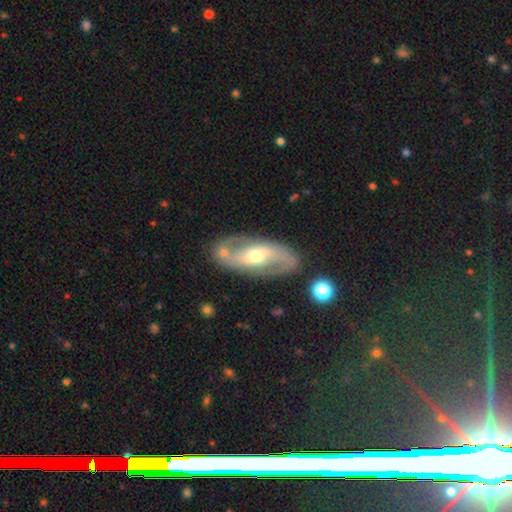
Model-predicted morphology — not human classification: A featured or disk galaxy (80%) with a weak bar (38%), 2 (88%) medium (46%) spiral arms (83%) and a moderate central bulge (63%).

Vote fractions:
- Smooth or featured? featured or disk: 80% / smooth: 15% / star or artifact: 5%
- Edge-on disk? no: 92% / yes: 8%
- Bar? weak: 38% / no: 37% / strong: 25%
- Spiral arms? yes: 83% / no: 17%
- Spiral winding? medium: 46% / loose: 37% / tight: 17%
- Spiral arm count? 2: 88% / can't tell: 6% / 1: 2% / 3: 1% / 4: 1% / more than 4: 1%
- Bulge size? moderate: 63% / small: 29% / large: 6% / none: 1% / dominant: 1%
- Merging? none: 79% / minor disturbance: 13% / major disturbance: 5% / merger: 4%